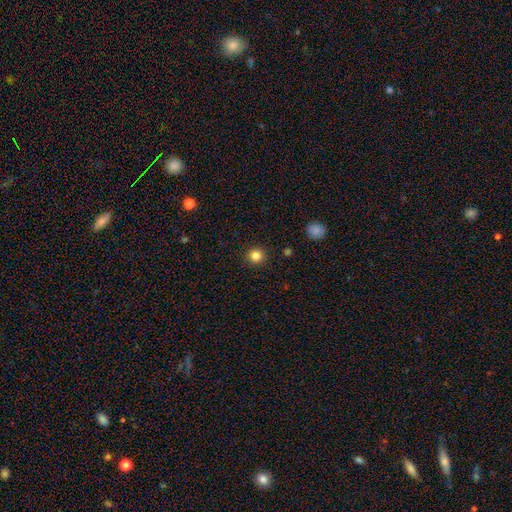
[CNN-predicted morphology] Overall: smooth (84%). How rounded: round (93%). Merging: none (92%).